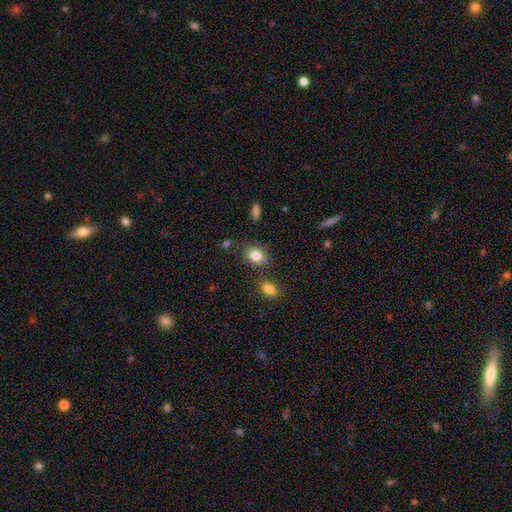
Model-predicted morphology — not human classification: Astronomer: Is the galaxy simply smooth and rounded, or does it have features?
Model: smooth — 85%.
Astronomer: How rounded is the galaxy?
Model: in between — 59% (runner-up: round, 40%).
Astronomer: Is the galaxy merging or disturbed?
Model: none — 79%.